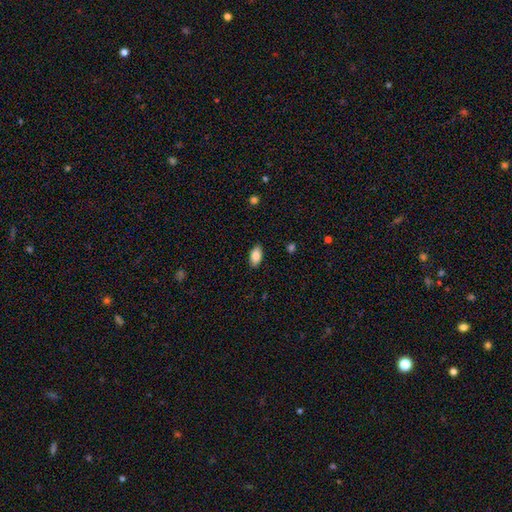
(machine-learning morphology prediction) smooth 85%, featured or disk 8%, star or artifact 7%. Down the decision tree: how rounded — in between (93%); merging — none (88%).